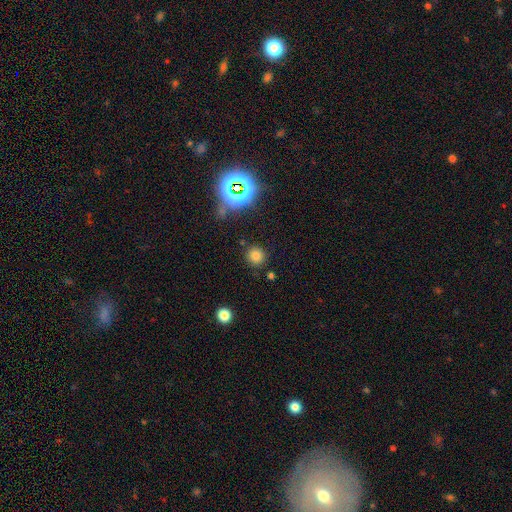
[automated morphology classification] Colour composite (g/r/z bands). It shows a smooth galaxy with no disk features (74%) that is round (92%). Merging: none (85%).